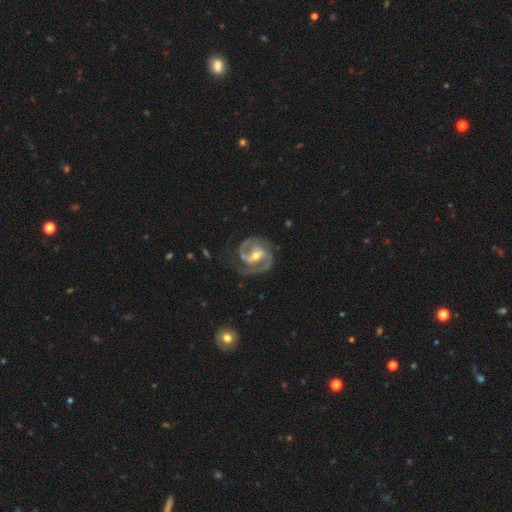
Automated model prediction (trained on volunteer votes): This appears to be a featured or disk galaxy (91%) with a strong bar (47%), 2 (88%) medium (52%) spiral arms (97%) and a moderate central bulge (61%). Merging: none (74%).